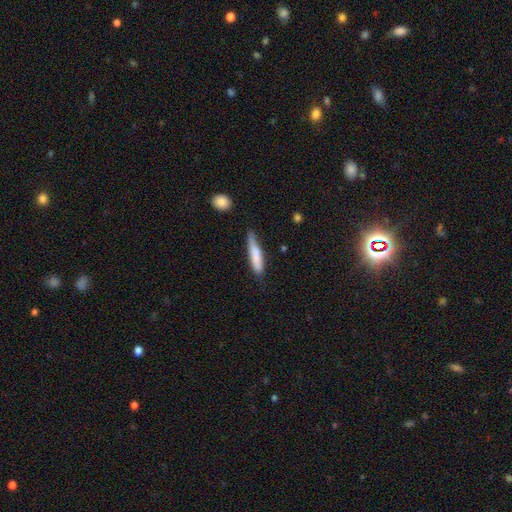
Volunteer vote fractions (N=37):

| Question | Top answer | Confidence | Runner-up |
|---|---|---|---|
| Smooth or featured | smooth | 73% | featured or disk (22%) |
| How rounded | cigar-shaped | 89% | in between (11%) |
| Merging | none | 51% | minor disturbance (31%) |